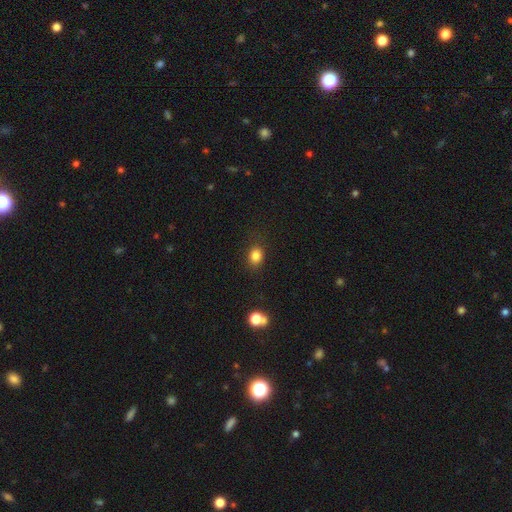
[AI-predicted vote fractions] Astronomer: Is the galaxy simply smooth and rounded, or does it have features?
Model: smooth — 83%.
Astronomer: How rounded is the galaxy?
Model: round — 51% (runner-up: in between, 48%).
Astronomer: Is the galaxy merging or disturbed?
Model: none — 83%.